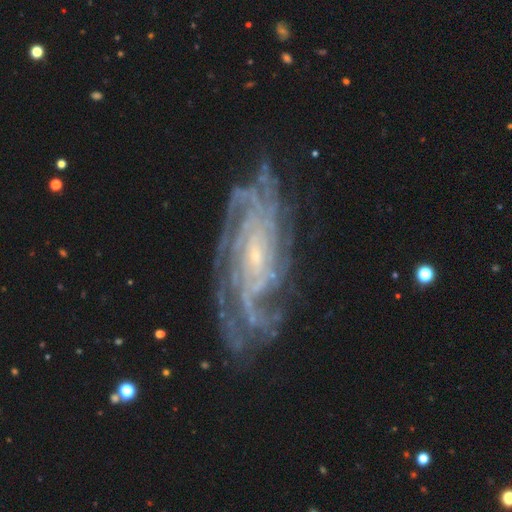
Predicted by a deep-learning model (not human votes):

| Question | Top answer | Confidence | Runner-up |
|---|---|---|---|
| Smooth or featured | featured or disk | 90% | star or artifact (6%) |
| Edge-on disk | no | 94% | yes (6%) |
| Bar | no | 61% | weak (28%) |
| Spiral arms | yes | 98% | no (2%) |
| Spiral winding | tight | 72% | medium (23%) |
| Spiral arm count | more than 4 | 26% | 4 (24%) |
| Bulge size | small | 82% | moderate (13%) |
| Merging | none | 77% | minor disturbance (15%) |